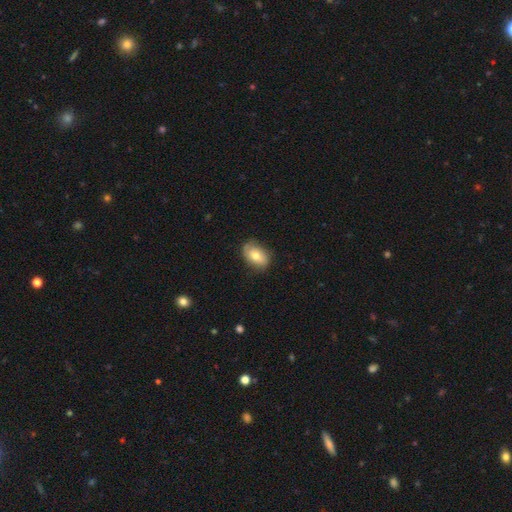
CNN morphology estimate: Overall: smooth (60%; featured or disk 33%). How rounded: in between (84%). Merging: none (70%).